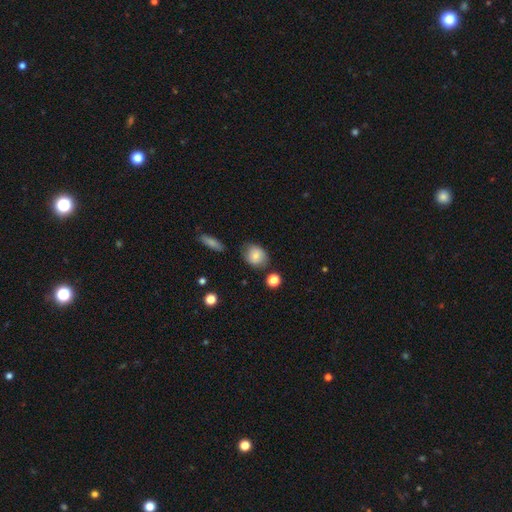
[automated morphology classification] type=smooth (75%); roundness=round (59%); merging=none (70%).